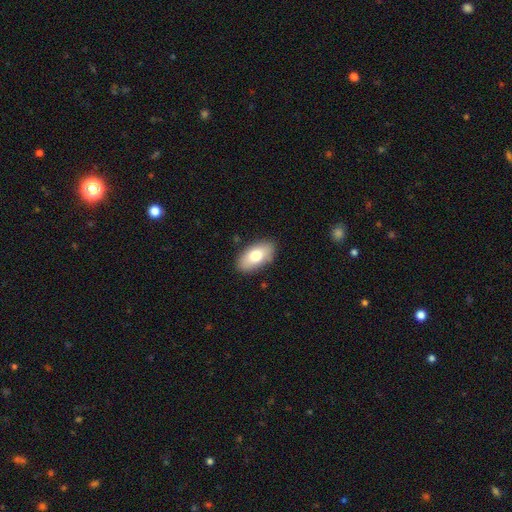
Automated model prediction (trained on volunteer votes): A smooth galaxy with no disk features (77%) that is in between round and cigar-shaped (93%). Merging: none (87%).